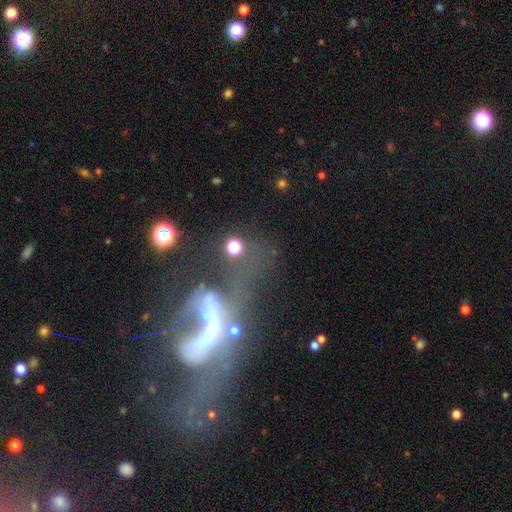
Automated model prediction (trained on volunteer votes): The model was most divided on "merging": major disturbance: 39%, merger: 36%, none: 16%, minor disturbance: 9%. More confident: edge-on disk — no (78%); smooth or featured — featured or disk (59%).